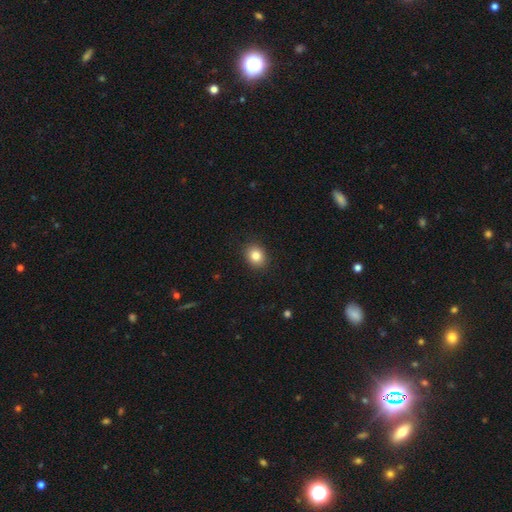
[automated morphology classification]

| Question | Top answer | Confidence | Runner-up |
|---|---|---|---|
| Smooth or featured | smooth | 84% | star or artifact (10%) |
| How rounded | round | 59% | in between (40%) |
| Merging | none | 90% | minor disturbance (7%) |